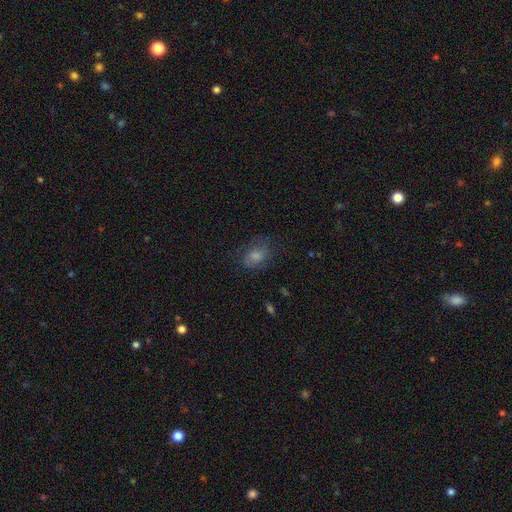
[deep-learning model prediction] A smooth galaxy with no disk features (42%). Merging: none (72%).